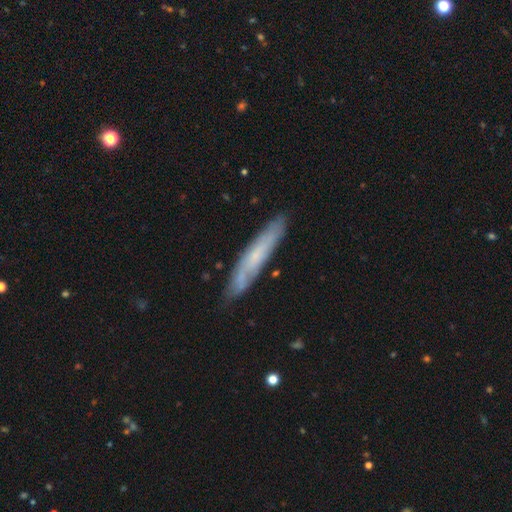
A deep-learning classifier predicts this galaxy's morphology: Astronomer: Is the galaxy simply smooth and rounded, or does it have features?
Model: featured or disk — 48% (runner-up: smooth, 46%).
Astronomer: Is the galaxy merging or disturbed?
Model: none — 80%.